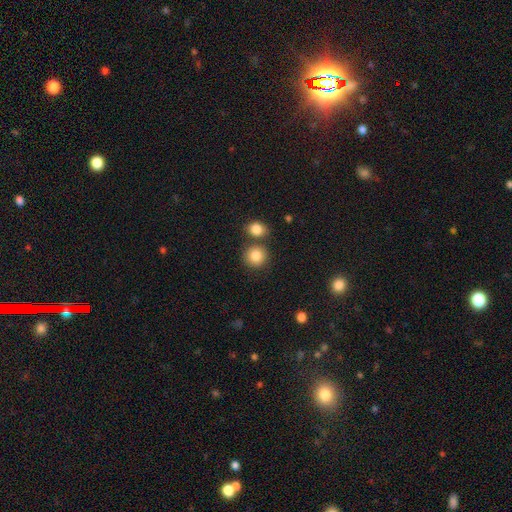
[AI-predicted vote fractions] smooth-or-featured: smooth: 85% | star or artifact: 10% | featured or disk: 6%
  how-rounded: round: 88% | in between: 11% | cigar-shaped: 1%
  merging: none: 71% | merger: 18% | minor disturbance: 9% | major disturbance: 3%